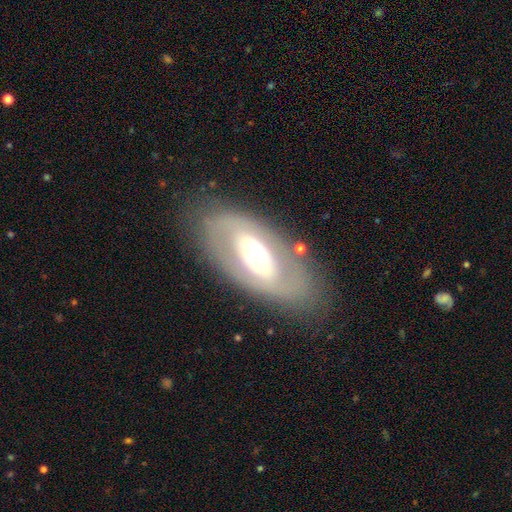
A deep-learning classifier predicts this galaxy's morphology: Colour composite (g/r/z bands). It shows a featured or disk galaxy (68%) with no bar (56%), no spiral arms (64%) and a moderate central bulge (59%). Merging: none (78%).